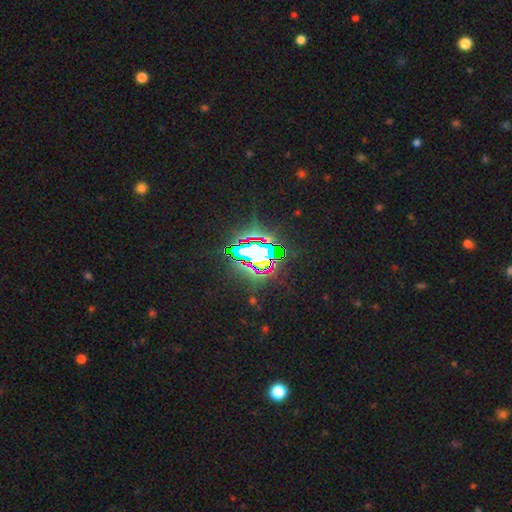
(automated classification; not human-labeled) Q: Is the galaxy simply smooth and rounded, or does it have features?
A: star or artifact — 77%.